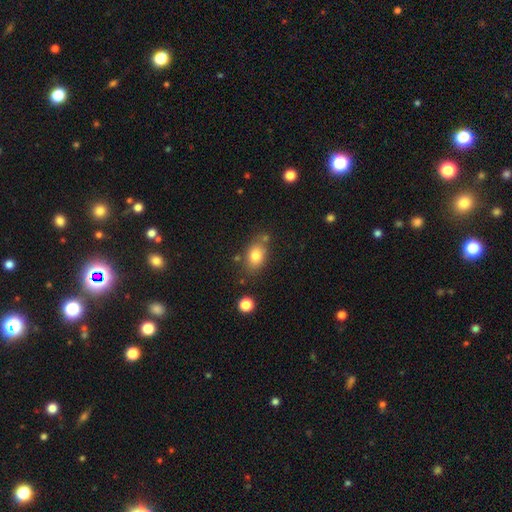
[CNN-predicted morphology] type=smooth (79%); roundness=in between (77%); merging=none (70%).